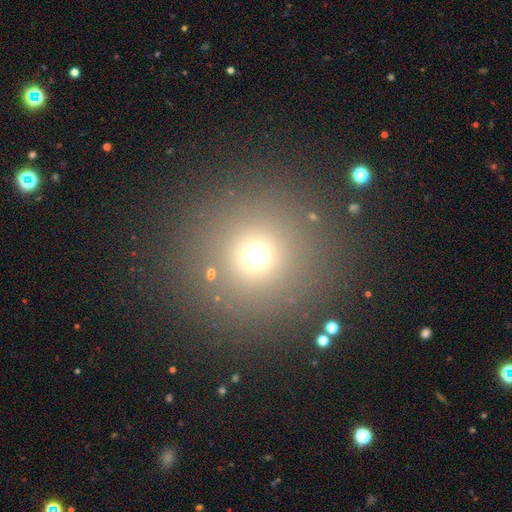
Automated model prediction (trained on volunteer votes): Overall: smooth (66%; star or artifact 26%). How rounded: round (95%). Merging: none (86%).